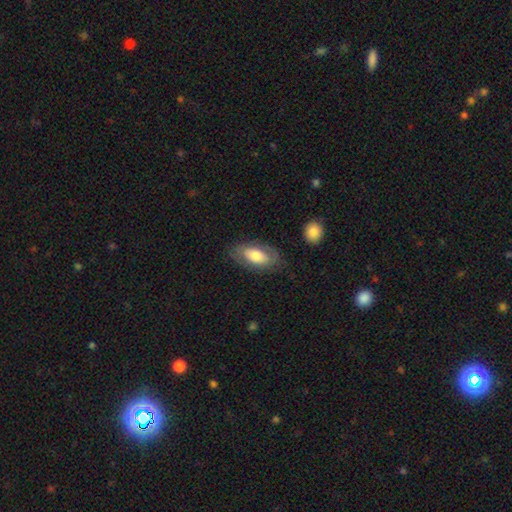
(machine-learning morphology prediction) Overall: smooth (63%; featured or disk 31%). How rounded: in between (90%). Merging: none (76%).